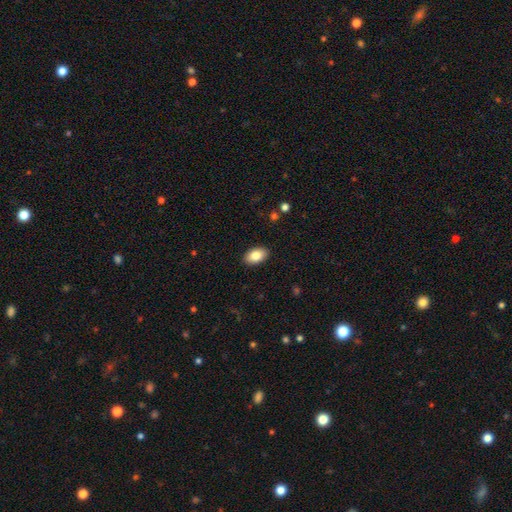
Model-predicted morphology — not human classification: A smooth galaxy with no disk features (84%) that is in between round and cigar-shaped (92%). Merging: none (89%).